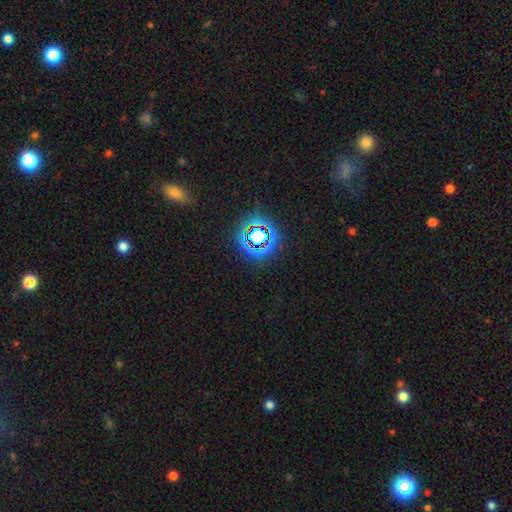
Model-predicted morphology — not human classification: Smooth or featured? Predicted: star or artifact (p=0.74).